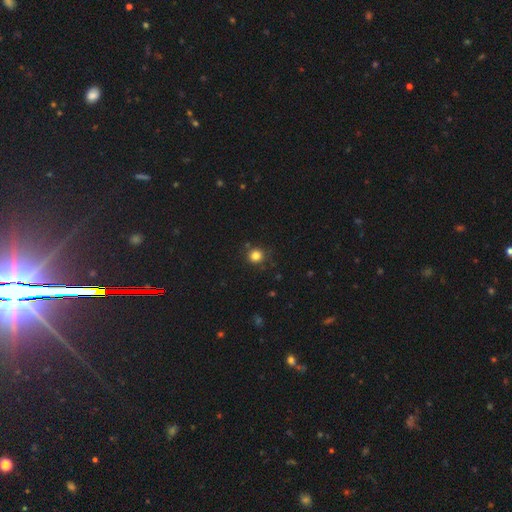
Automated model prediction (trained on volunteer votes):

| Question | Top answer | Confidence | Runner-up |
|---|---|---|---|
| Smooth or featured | smooth | 83% | star or artifact (13%) |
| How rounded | round | 92% | in between (7%) |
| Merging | none | 85% | minor disturbance (10%) |